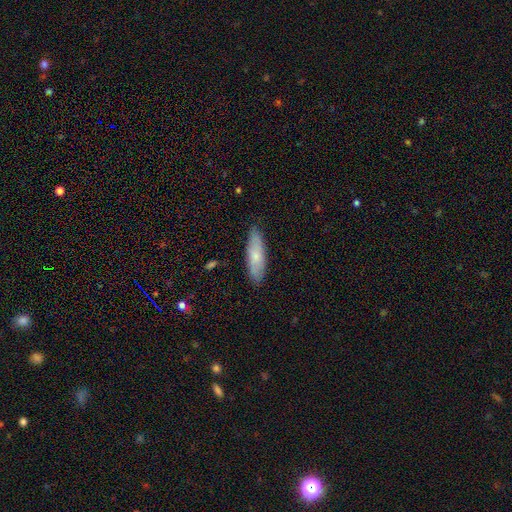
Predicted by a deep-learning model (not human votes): Smooth or featured?
  - smooth: 71% *
  - featured or disk: 23%
  - star or artifact: 6%
How rounded?
  - in between: 51% *
  - cigar-shaped: 47%
  - round: 2%
Merging?
  - none: 83% *
  - minor disturbance: 14%
  - major disturbance: 2%
  - merger: 1%